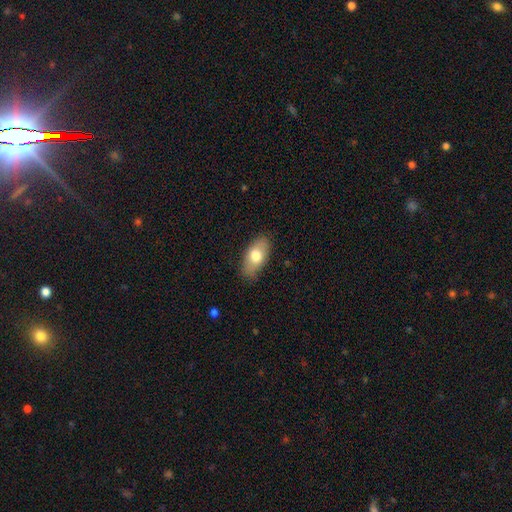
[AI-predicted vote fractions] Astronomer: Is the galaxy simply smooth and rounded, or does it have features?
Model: smooth — 73%.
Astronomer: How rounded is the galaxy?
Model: in between — 91%.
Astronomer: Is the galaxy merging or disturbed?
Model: none — 82%.